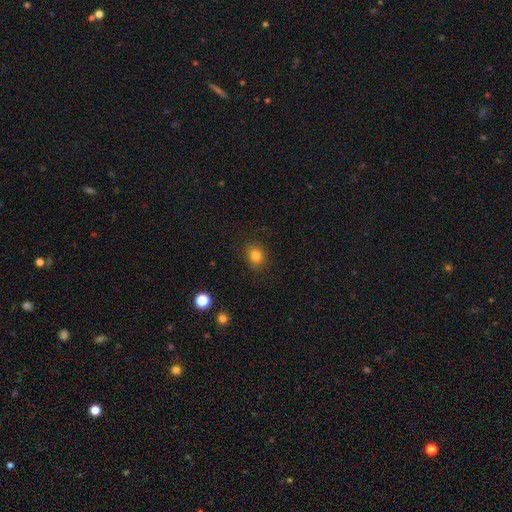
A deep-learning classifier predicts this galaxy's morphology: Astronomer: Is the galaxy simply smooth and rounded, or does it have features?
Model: smooth — 81%.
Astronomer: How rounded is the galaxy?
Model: round — 73%.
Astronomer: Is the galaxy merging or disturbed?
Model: none — 87%.